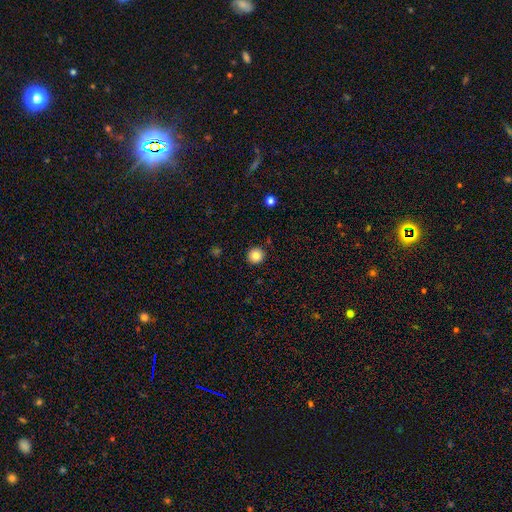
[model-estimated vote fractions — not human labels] Smooth or featured? smooth (84%)
How rounded? round (93%)
Merging? none (91%)